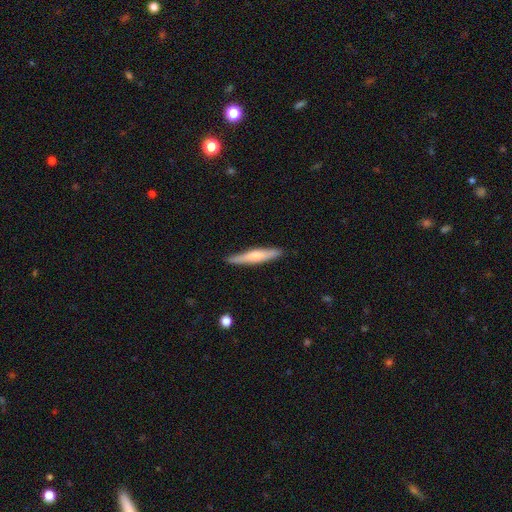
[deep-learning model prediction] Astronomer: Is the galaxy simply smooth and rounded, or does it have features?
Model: smooth — 54% (runner-up: featured or disk, 41%).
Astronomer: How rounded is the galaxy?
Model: cigar-shaped — 91%.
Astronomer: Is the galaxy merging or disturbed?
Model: none — 88%.